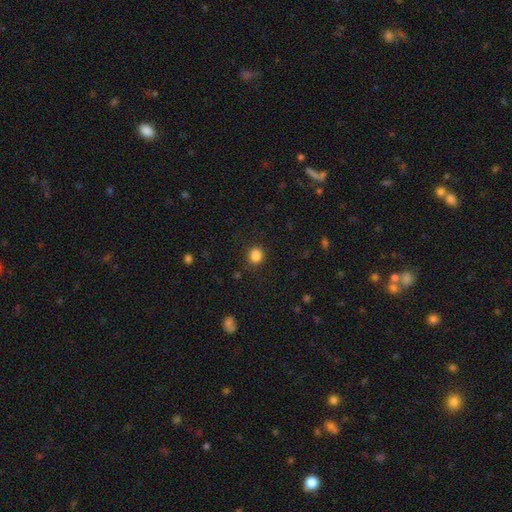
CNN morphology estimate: Overall: smooth (85%). How rounded: round (74%). Merging: none (81%).